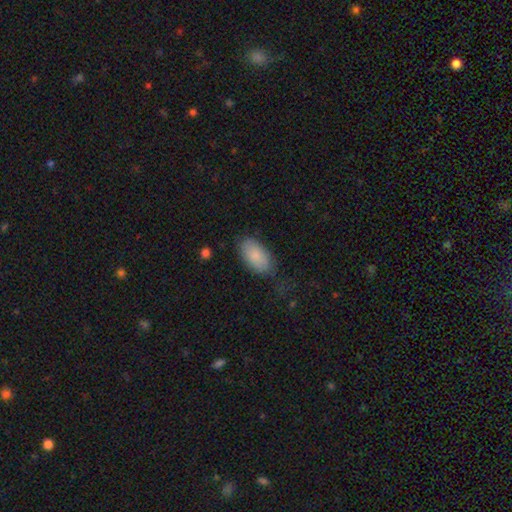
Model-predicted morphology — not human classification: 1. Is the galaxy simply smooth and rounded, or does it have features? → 85% smooth, 9% featured or disk, 6% star or artifact.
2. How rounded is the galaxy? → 94% in between, 3% round, 3% cigar-shaped.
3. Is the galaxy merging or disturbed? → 69% none, 22% minor disturbance, 7% major disturbance, 2% merger.